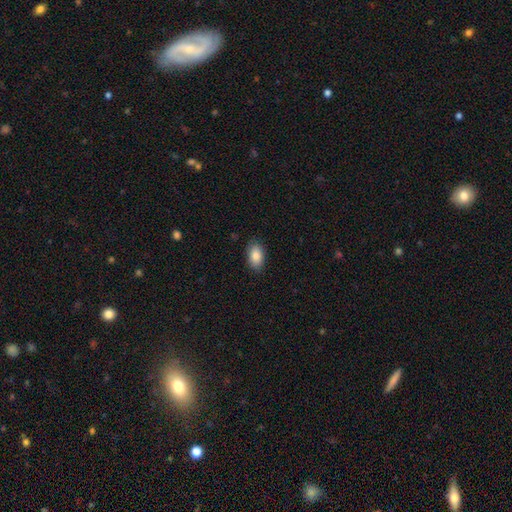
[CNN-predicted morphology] A smooth galaxy with no disk features (87%) that is in between round and cigar-shaped (92%).

Vote fractions:
- Smooth or featured? smooth: 87% / star or artifact: 7% / featured or disk: 6%
- How rounded? in between: 92% / round: 6% / cigar-shaped: 2%
- Merging? none: 86% / minor disturbance: 11% / major disturbance: 2% / merger: 1%